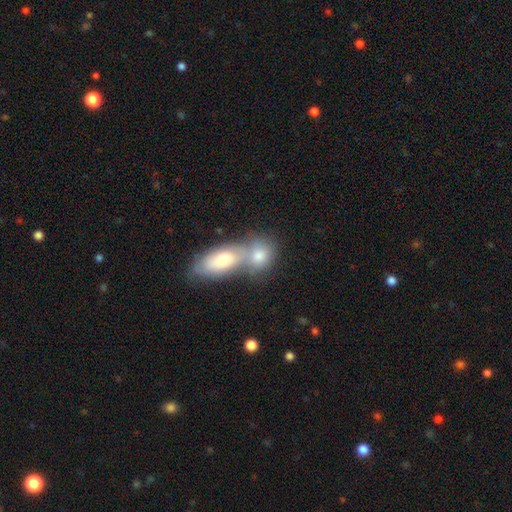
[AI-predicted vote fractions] Smooth or featured?
  - smooth: 76% *
  - featured or disk: 16%
  - star or artifact: 8%
How rounded?
  - in between: 60% *
  - round: 35%
  - cigar-shaped: 5%
Merging?
  - merger: 61% *
  - none: 28%
  - minor disturbance: 7%
  - major disturbance: 3%